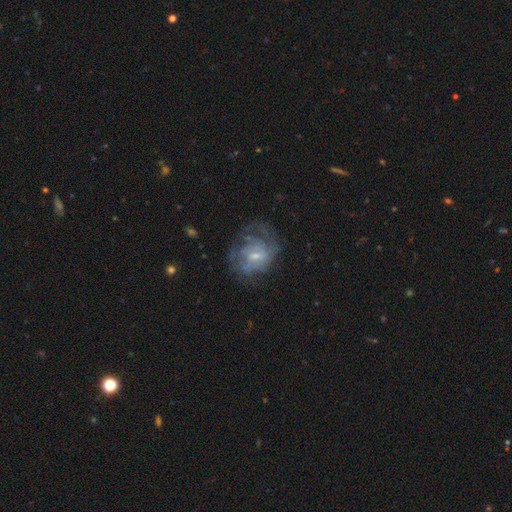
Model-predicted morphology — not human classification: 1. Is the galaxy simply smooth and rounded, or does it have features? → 69% featured or disk, 22% smooth, 9% star or artifact.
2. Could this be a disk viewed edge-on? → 97% no, 3% yes.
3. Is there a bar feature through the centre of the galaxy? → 46% weak (tied), 46% no (tied), 8% strong.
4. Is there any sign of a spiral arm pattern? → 71% yes, 29% no.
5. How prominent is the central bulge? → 59% small, 32% moderate, 6% none, 2% large, 1% dominant.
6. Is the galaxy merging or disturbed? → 47% none, 29% major disturbance, 22% minor disturbance, 2% merger.